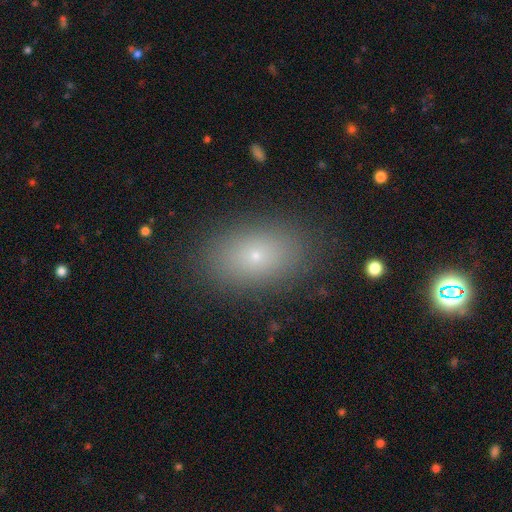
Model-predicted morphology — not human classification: A smooth galaxy with no disk features (70%) that is in between round and cigar-shaped (84%). Merging: none (86%).